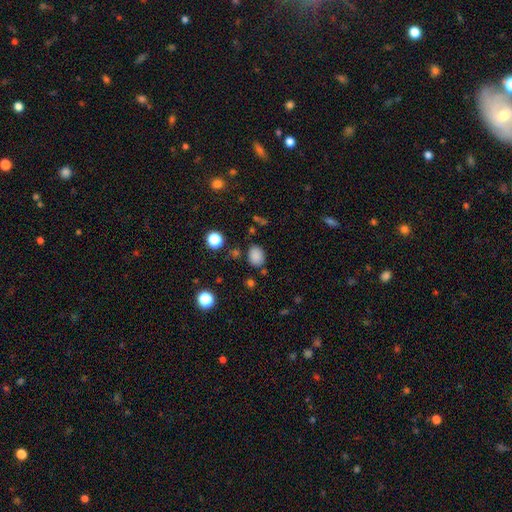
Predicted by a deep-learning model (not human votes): This appears to be a smooth galaxy with no disk features (82%) that is in between round and cigar-shaped (56%). Merging: none (77%).